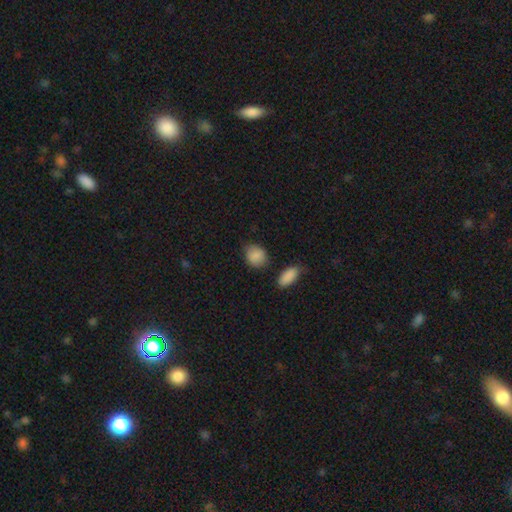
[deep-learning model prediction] Smooth or featured: smooth — 88% (star or artifact — 8%)
How rounded: in between — 53% (round — 46%)
Merging: none — 74% (minor disturbance — 17%)